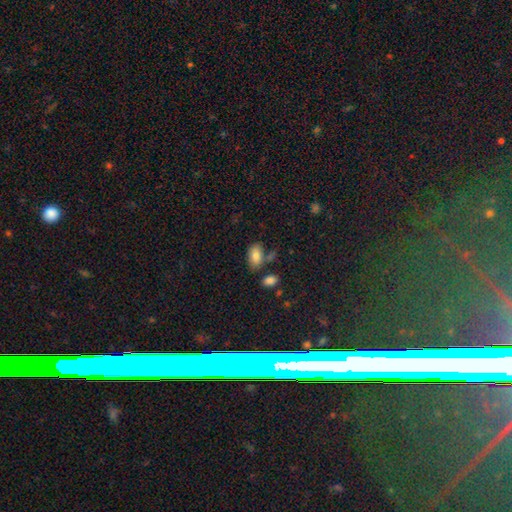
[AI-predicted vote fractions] smooth 83%, featured or disk 9%, star or artifact 8%. Down the decision tree: how rounded — in between (93%); merging — none (60%).